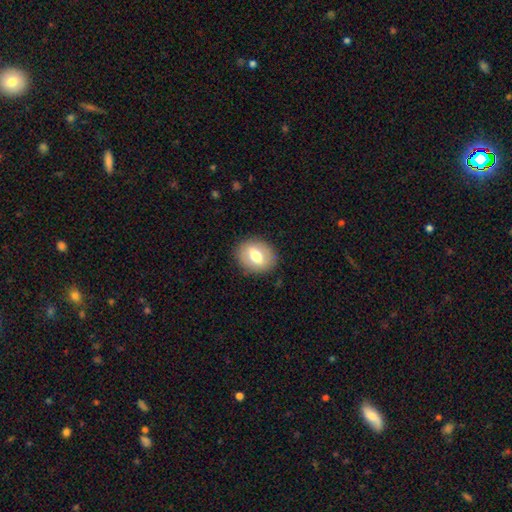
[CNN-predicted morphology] smooth 63%, featured or disk 30%, star or artifact 8%. Down the decision tree: how rounded — in between (50%); merging — none (87%).